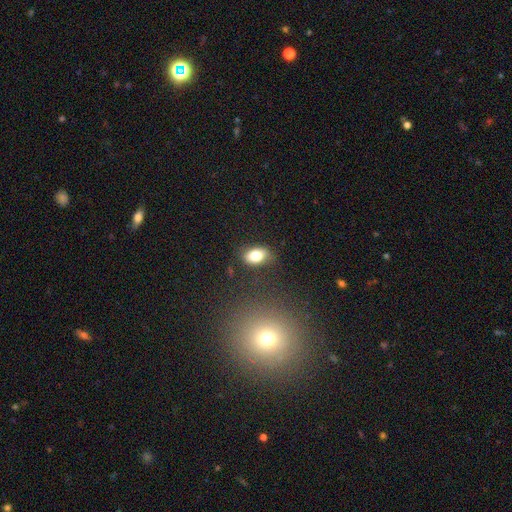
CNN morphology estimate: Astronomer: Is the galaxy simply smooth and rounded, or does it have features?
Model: smooth — 80%.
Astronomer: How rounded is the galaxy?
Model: in between — 88%.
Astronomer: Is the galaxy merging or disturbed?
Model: none — 78%.